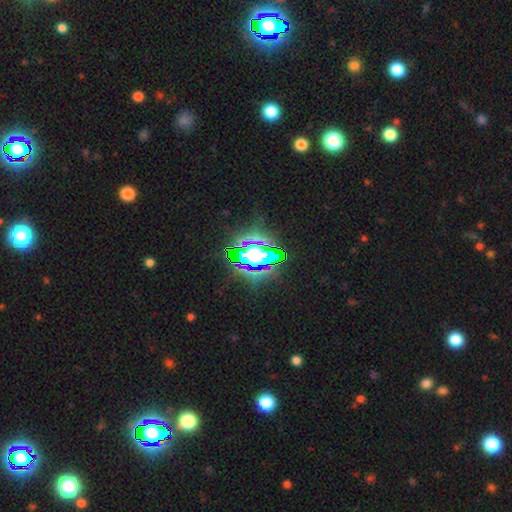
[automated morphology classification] Smooth or featured: star or artifact — 64% (smooth — 19%)